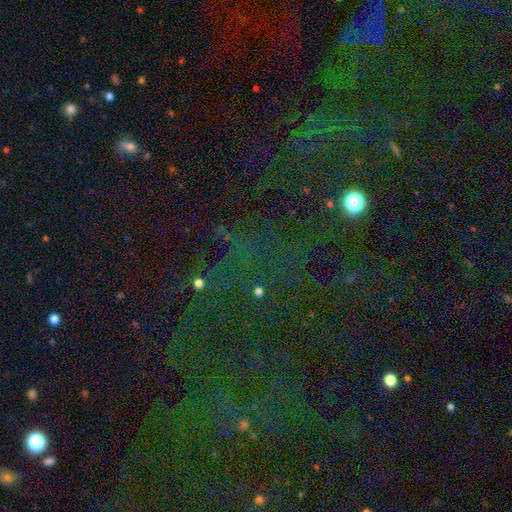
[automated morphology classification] Smooth or featured: star or artifact — 76% (smooth — 15%)